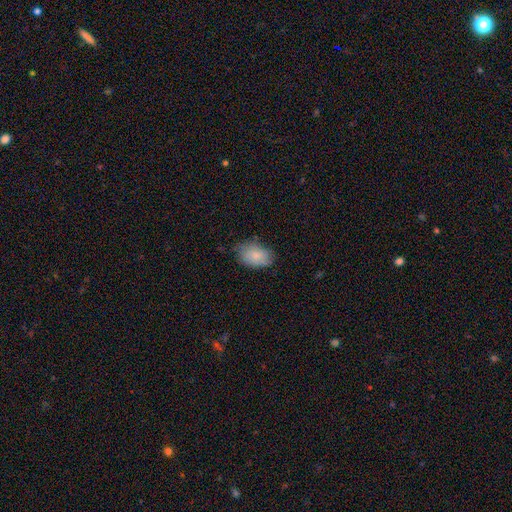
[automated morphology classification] A smooth galaxy with no disk features (83%) that is in between round and cigar-shaped (88%).

Vote fractions:
- Smooth or featured? smooth: 83% / featured or disk: 10% / star or artifact: 7%
- How rounded? in between: 88% / round: 11% / cigar-shaped: 1%
- Merging? none: 67% / minor disturbance: 26% / major disturbance: 5% / merger: 1%